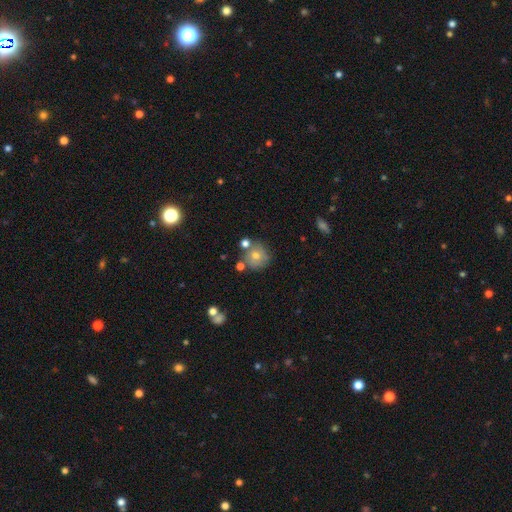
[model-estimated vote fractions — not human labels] Morphology: type=smooth (67%); roundness=round (91%); merging=none (67%).